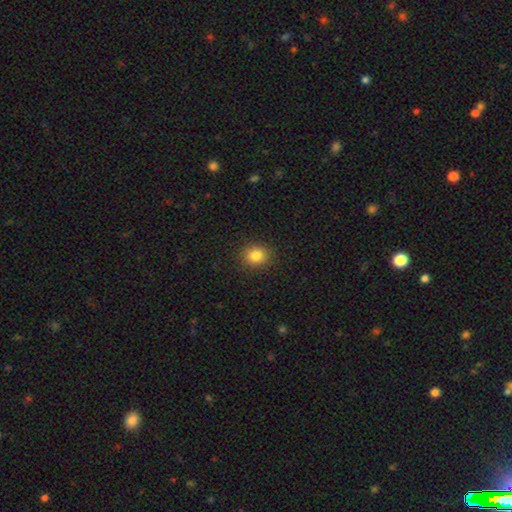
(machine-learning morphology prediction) This appears to be a smooth galaxy with no disk features (84%) that is round (72%). Merging: none (89%).